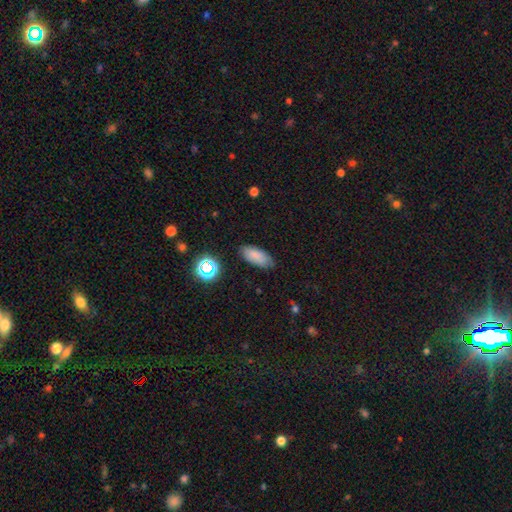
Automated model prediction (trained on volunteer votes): Smooth or featured? Predicted: smooth (p=0.81). How rounded? Predicted: in between (p=0.87). Merging? Predicted: none (p=0.81).